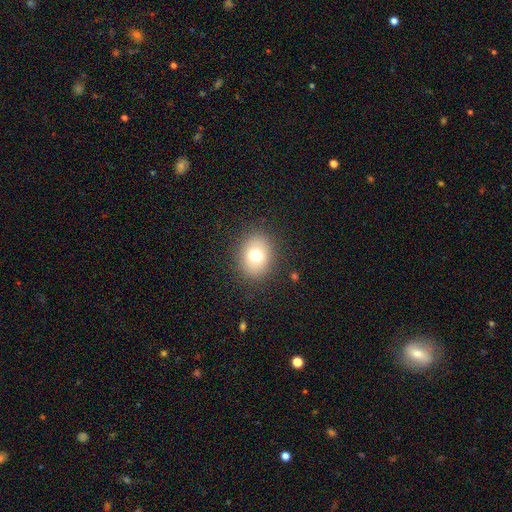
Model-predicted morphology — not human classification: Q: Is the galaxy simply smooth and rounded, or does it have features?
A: smooth — 73%.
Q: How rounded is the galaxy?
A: round — 54%.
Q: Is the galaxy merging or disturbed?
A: none — 87%.